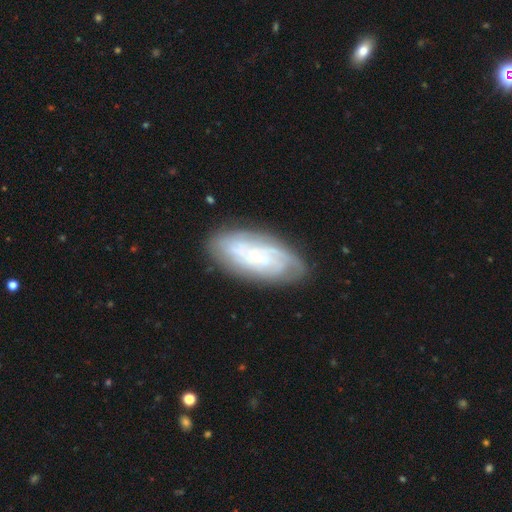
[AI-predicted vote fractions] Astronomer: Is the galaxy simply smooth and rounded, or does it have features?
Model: featured or disk — 71%.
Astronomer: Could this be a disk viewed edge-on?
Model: no — 92%.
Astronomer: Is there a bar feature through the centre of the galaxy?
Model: no — 57% (runner-up: weak, 33%).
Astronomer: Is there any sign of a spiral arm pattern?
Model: yes — 89%.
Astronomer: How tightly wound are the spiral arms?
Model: tight — 66%.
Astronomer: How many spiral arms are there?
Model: can't tell — 49%.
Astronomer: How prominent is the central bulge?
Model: small — 73%.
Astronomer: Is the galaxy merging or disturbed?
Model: none — 77%.